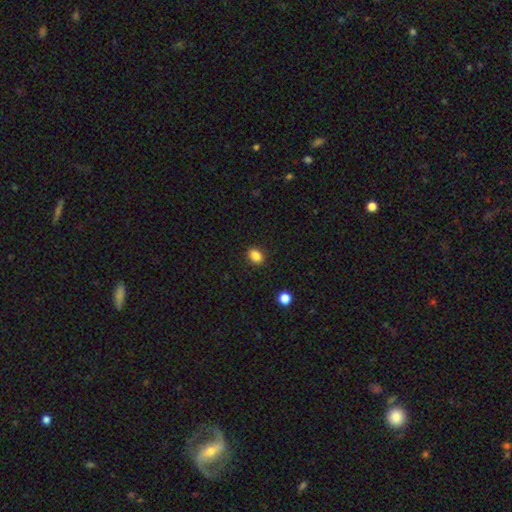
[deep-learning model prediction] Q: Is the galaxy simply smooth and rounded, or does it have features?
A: smooth — 86%.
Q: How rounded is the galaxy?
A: in between — 65%.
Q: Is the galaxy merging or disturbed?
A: none — 87%.